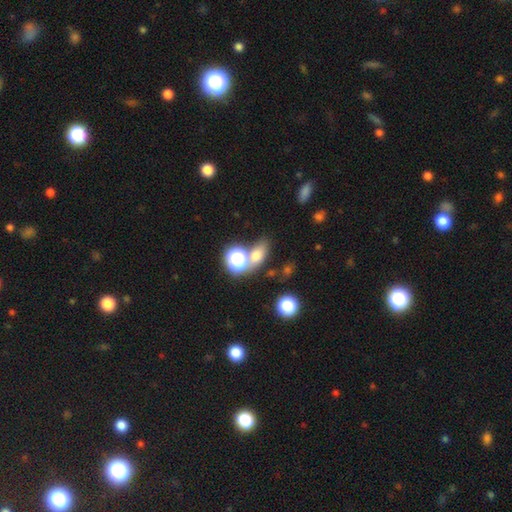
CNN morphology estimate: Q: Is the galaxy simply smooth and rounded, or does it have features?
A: smooth — 64%.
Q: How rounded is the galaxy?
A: in between — 60%.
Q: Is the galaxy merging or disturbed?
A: none — 55%.